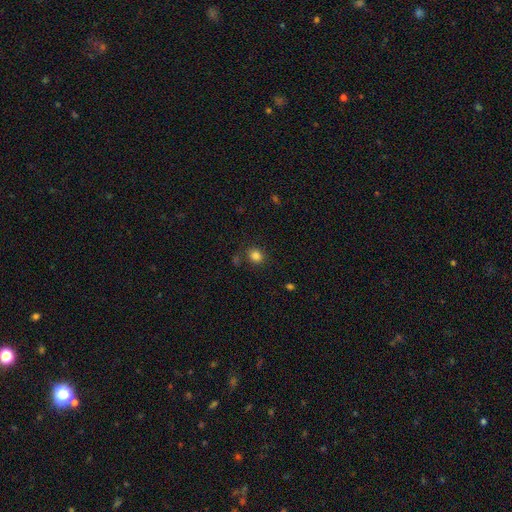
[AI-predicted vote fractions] This appears to be a smooth galaxy with no disk features (83%) that is round (76%). Merging: none (82%).